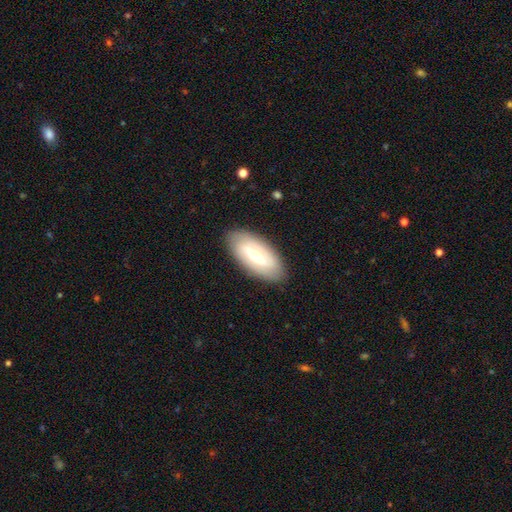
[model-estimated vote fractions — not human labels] This appears to be a featured or disk galaxy (55%). Merging: none (88%).